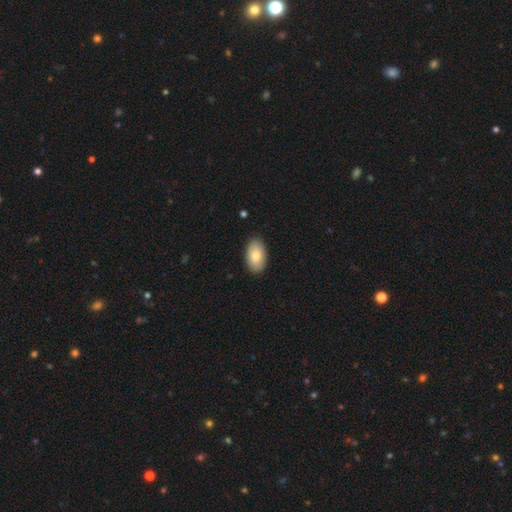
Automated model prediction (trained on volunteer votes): A smooth galaxy with no disk features (80%) that is in between round and cigar-shaped (94%).

Vote fractions:
- Smooth or featured? smooth: 80% / featured or disk: 14% / star or artifact: 6%
- How rounded? in between: 94% / round: 5% / cigar-shaped: 1%
- Merging? none: 88% / minor disturbance: 10% / major disturbance: 2% / merger: 1%